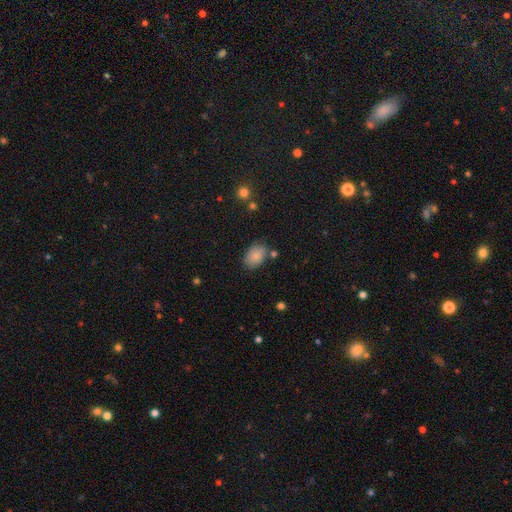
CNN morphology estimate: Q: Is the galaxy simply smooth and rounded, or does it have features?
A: smooth — 85%.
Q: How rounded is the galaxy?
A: in between — 84%.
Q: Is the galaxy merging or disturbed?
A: none — 75%.